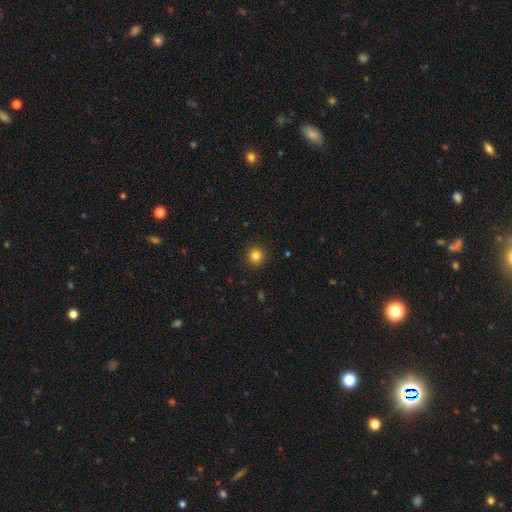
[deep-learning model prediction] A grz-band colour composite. It shows a smooth galaxy with no disk features (84%) that is round (94%). Merging: none (92%).